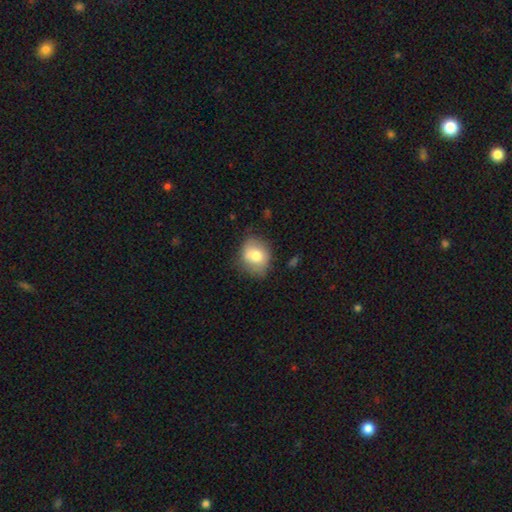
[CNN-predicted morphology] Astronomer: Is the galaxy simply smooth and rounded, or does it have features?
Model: smooth — 72%.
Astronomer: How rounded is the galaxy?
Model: round — 55% (runner-up: in between, 44%).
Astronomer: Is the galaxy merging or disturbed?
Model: none — 69%.